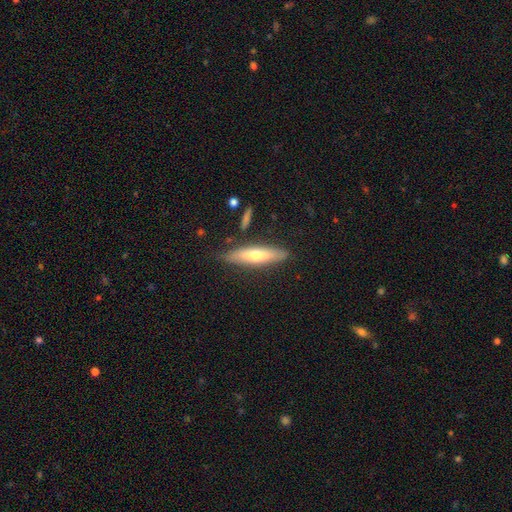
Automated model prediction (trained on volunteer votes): Smooth or featured? Predicted: smooth (p=0.51). How rounded? Predicted: cigar-shaped (p=0.76). Merging? Predicted: none (p=0.79).